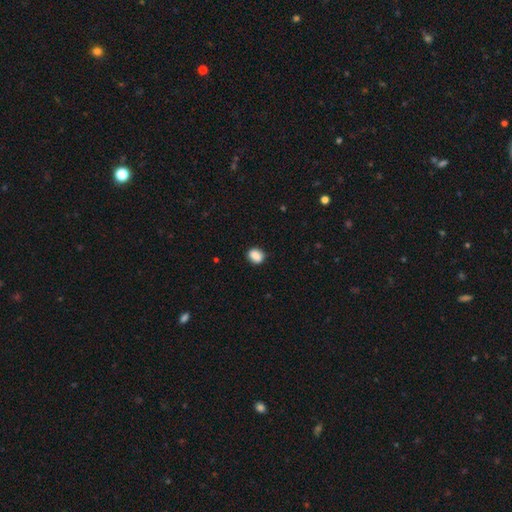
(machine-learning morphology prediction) Smooth or featured?
  - smooth: 87% *
  - star or artifact: 9%
  - featured or disk: 4%
How rounded?
  - in between: 54% *
  - round: 45%
  - cigar-shaped: 1%
Merging?
  - none: 83% *
  - minor disturbance: 13%
  - major disturbance: 3%
  - merger: 1%